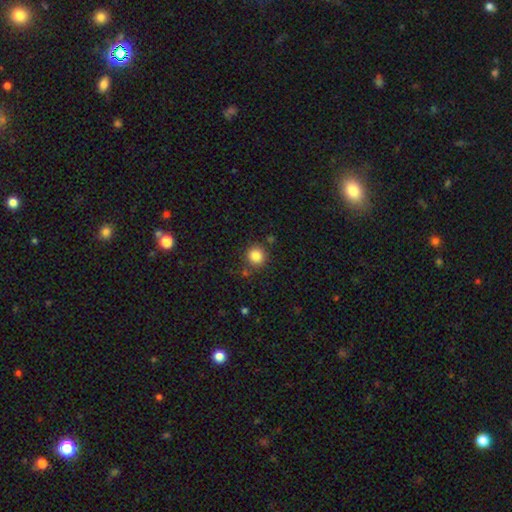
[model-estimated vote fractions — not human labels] Q: Smooth or featured?
A: smooth (84%); runner-up: star or artifact (11%)
Q: How rounded?
A: round (91%); runner-up: in between (8%)
Q: Merging?
A: none (84%); runner-up: minor disturbance (9%)